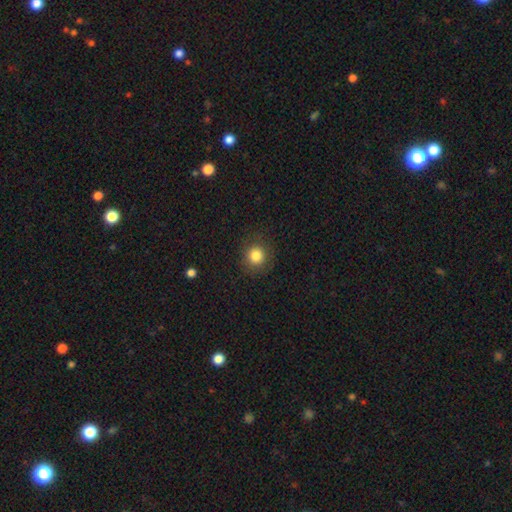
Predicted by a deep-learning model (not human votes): This is clearly a smooth galaxy (83%). How rounded: clearly round (91%). Merging: clearly none (88%).